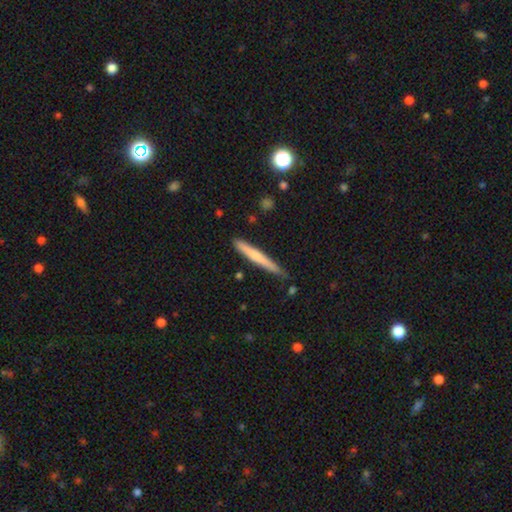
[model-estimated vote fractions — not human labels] smooth_or_featured: smooth (p=0.59) [alt: featured or disk p=0.36]
how_rounded: cigar-shaped (p=0.96) [alt: in between p=0.03]
merging: none (p=0.81) [alt: minor disturbance p=0.15]